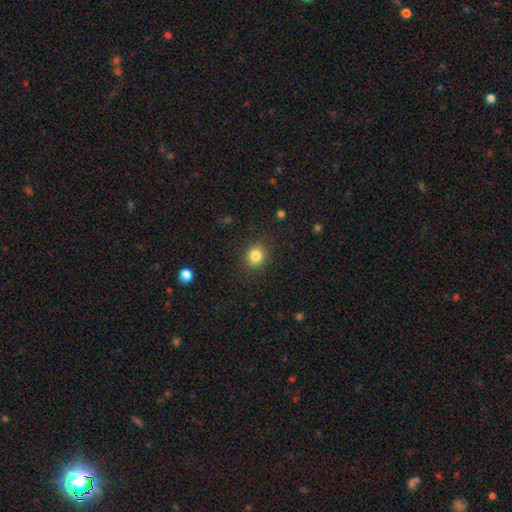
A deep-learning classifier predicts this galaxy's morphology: smooth-or-featured: smooth: 83% | star or artifact: 11% | featured or disk: 5%
  how-rounded: round: 81% | in between: 18% | cigar-shaped: 1%
  merging: none: 88% | minor disturbance: 8% | major disturbance: 3% | merger: 1%